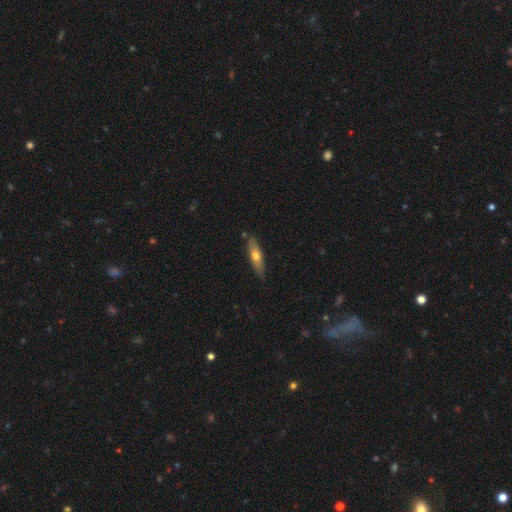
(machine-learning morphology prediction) Overall: smooth (57%; featured or disk 37%). How rounded: cigar-shaped (62%; in between 36%). Merging: none (81%).